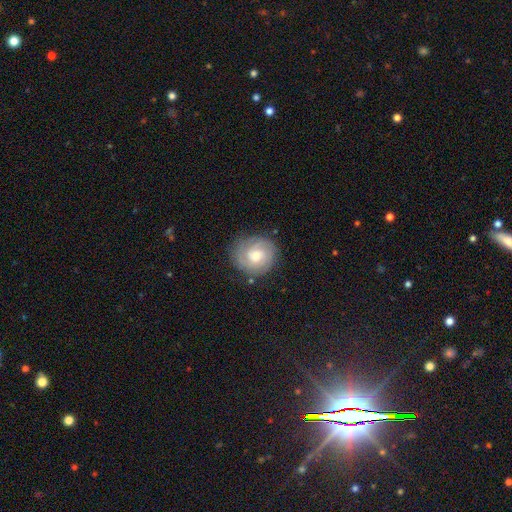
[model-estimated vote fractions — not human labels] This is possibly a featured or disk galaxy (57%). It is clearly not viewed edge-on (97%). Bar: likely no (63%). Spiral arm pattern: clearly yes (84%). Central bulge: likely moderate (60%). Merging: likely none (77%).